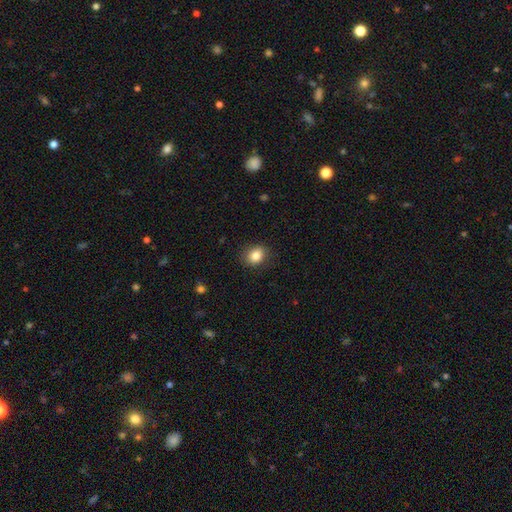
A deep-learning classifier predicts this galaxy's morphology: smooth-or-featured: smooth: 84% | star or artifact: 10% | featured or disk: 6%
  how-rounded: round: 57% | in between: 42% | cigar-shaped: 1%
  merging: none: 87% | minor disturbance: 9% | major disturbance: 2% | merger: 1%